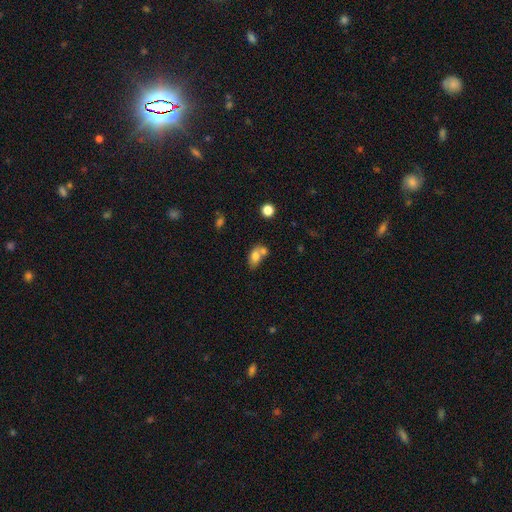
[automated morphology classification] Q: Smooth or featured?
A: smooth (76%); runner-up: featured or disk (14%)
Q: How rounded?
A: in between (79%); runner-up: round (19%)
Q: Merging?
A: merger (52%); runner-up: none (31%)